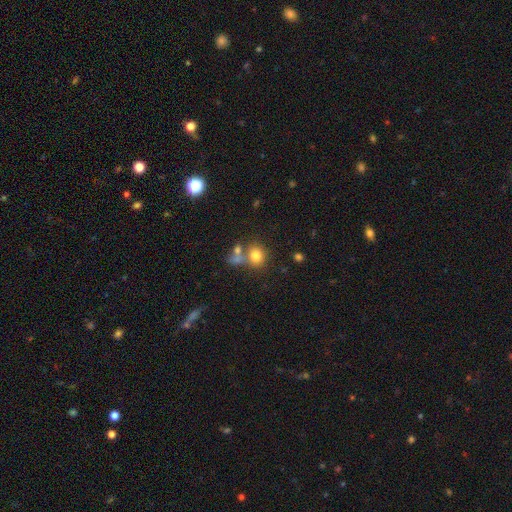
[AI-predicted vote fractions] This appears to be a smooth galaxy with no disk features (77%) that is round (75%). Merging: none (55%).